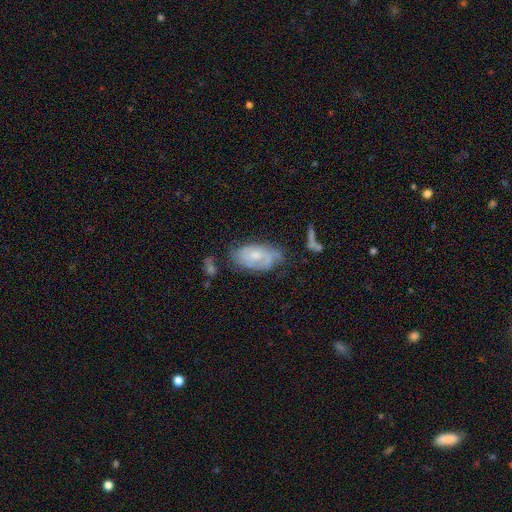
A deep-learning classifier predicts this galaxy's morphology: A featured or disk galaxy (64%) with no bar (69%), 2 (40%) tight (54%) spiral arms (83%) and a moderate central bulge (46%).

Vote fractions:
- Smooth or featured? featured or disk: 64% / smooth: 28% / star or artifact: 7%
- Edge-on disk? no: 94% / yes: 6%
- Bar? no: 69% / weak: 27% / strong: 4%
- Spiral arms? yes: 83% / no: 17%
- Spiral winding? tight: 54% / medium: 34% / loose: 13%
- Spiral arm count? 2: 40% / can't tell: 38% / 1: 10% / 3: 7% / 4: 3% / more than 4: 2%
- Bulge size? moderate: 46% / small: 41% / none: 6% / large: 5% / dominant: 1%
- Merging? none: 54% / minor disturbance: 28% / major disturbance: 13% / merger: 6%